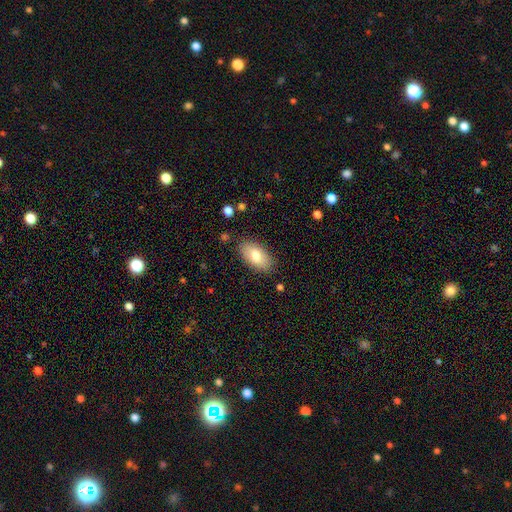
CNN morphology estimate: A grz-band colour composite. It shows a smooth galaxy with no disk features (77%) that is in between round and cigar-shaped (93%). Merging: none (84%).